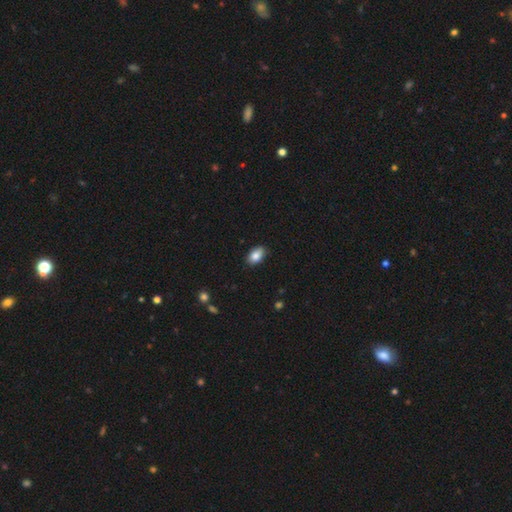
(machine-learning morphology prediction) This appears to be a smooth galaxy with no disk features (86%) that is in between round and cigar-shaped (91%). Merging: none (87%).